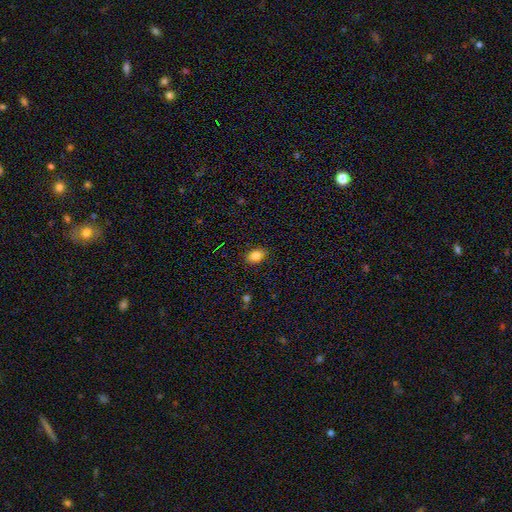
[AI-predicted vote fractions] Smooth or featured? smooth (85%)
How rounded? in between (76%)
Merging? none (86%)